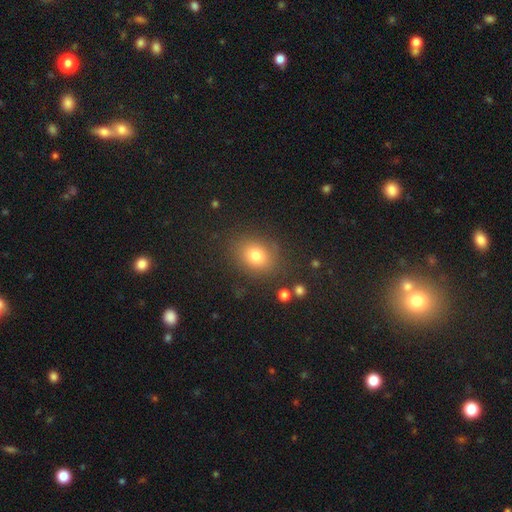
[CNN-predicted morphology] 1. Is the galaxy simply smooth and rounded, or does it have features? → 78% smooth, 14% star or artifact, 9% featured or disk.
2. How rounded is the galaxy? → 50% round, 49% in between, 1% cigar-shaped.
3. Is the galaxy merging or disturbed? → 83% none, 11% minor disturbance, 4% major disturbance, 2% merger.